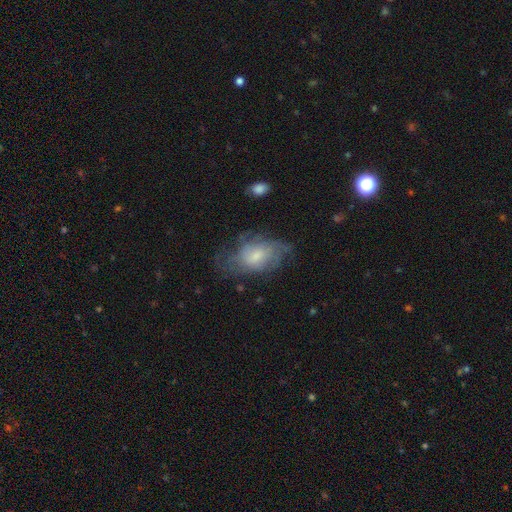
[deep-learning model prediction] Morphology: type=featured or disk (55%); edge-on=no (95%); bar=no (58%); spiral arms=yes (70%); bulge=small (45%); merging=none (49%).